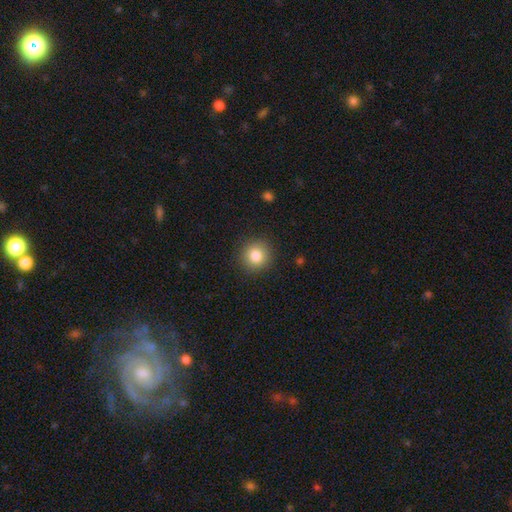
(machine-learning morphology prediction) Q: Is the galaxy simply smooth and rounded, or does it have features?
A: smooth — 83%.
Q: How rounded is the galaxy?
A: round — 93%.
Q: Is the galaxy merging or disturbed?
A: none — 91%.